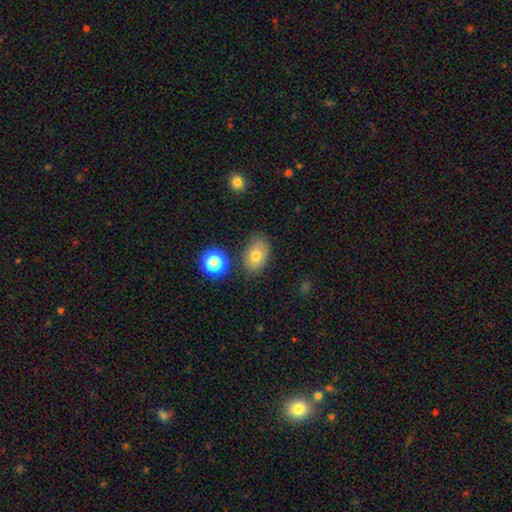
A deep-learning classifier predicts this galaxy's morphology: Overall: smooth (76%). How rounded: in between (76%). Merging: none (76%).